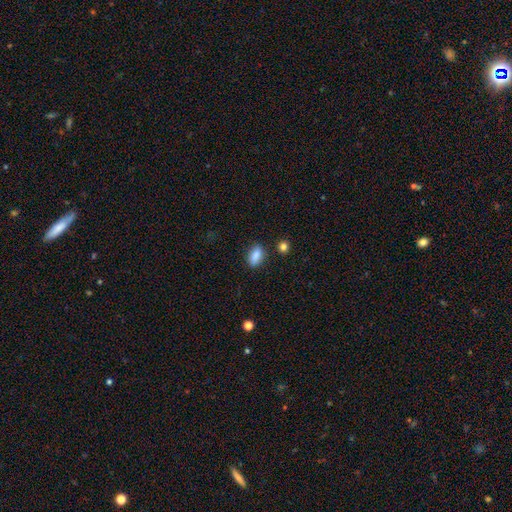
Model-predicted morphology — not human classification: Q: Smooth or featured?
A: smooth (86%); runner-up: star or artifact (8%)
Q: How rounded?
A: in between (85%); runner-up: cigar-shaped (9%)
Q: Merging?
A: none (84%); runner-up: minor disturbance (11%)